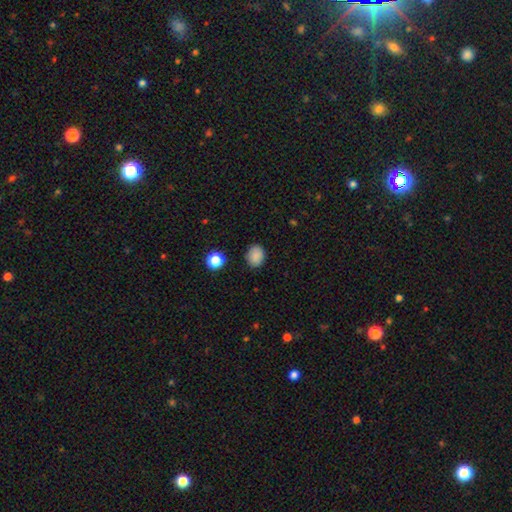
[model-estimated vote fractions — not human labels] Smooth or featured? Predicted: smooth (p=0.86). How rounded? Predicted: in between (p=0.53). Merging? Predicted: none (p=0.86).